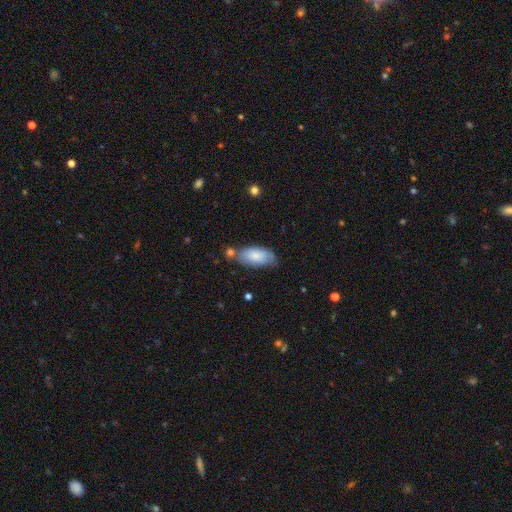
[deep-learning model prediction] Smooth or featured: smooth — 80% (featured or disk — 14%)
How rounded: in between — 91% (cigar-shaped — 7%)
Merging: none — 61% (minor disturbance — 22%)